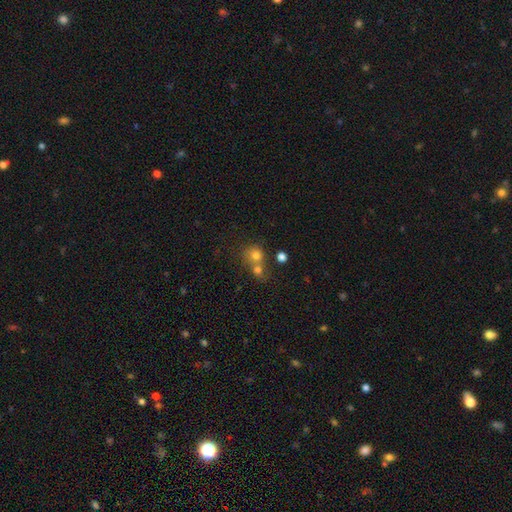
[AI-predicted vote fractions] A smooth galaxy with no disk features (74%) that is round (81%). Merging: merger (54%).